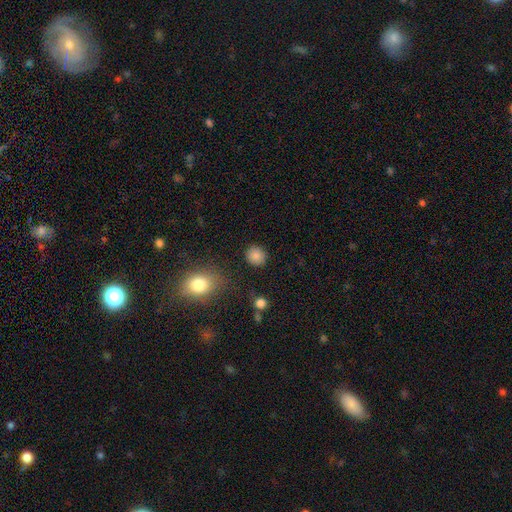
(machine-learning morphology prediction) smooth 85%, star or artifact 10%, featured or disk 5%. Down the decision tree: how rounded — round (85%); merging — none (88%).